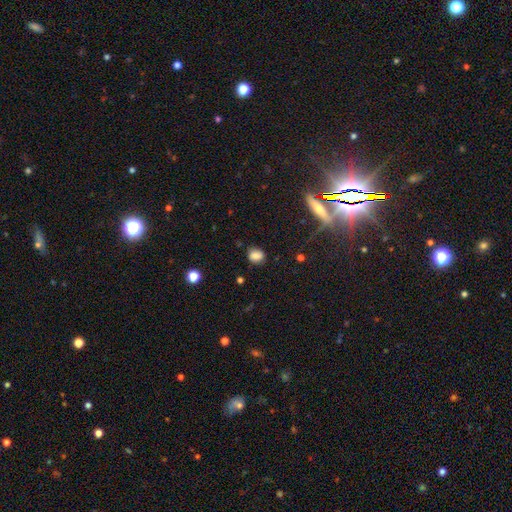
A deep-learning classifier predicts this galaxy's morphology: Q: Smooth or featured?
A: smooth (80%); runner-up: star or artifact (12%)
Q: How rounded?
A: round (56%); runner-up: in between (42%)
Q: Merging?
A: none (76%); runner-up: minor disturbance (17%)